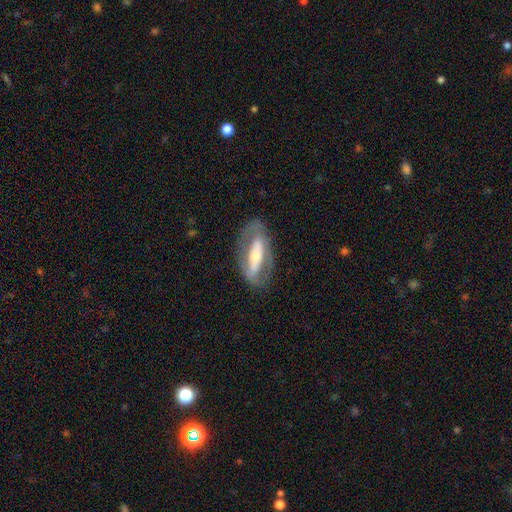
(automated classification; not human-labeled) Smooth or featured? Predicted: featured or disk (p=0.66). Edge-on disk? Predicted: no (p=0.76). Bar? Predicted: strong (p=0.57). Spiral arms? Predicted: no (p=0.61). Bulge size? Predicted: moderate (p=0.55). Merging? Predicted: none (p=0.75).